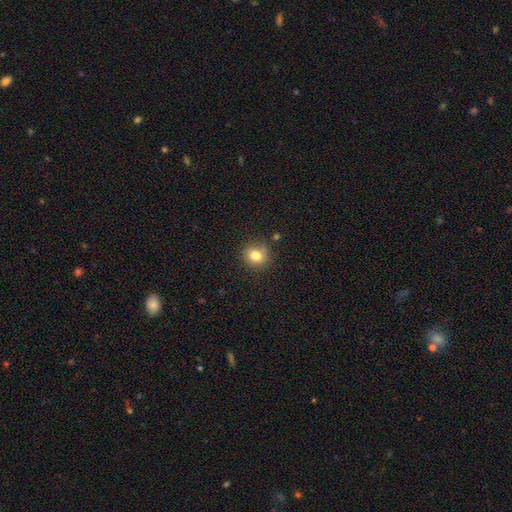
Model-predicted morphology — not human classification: smooth-or-featured: smooth: 80% | star or artifact: 12% | featured or disk: 8%
  how-rounded: round: 83% | in between: 16% | cigar-shaped: 1%
  merging: none: 79% | minor disturbance: 14% | major disturbance: 4% | merger: 3%